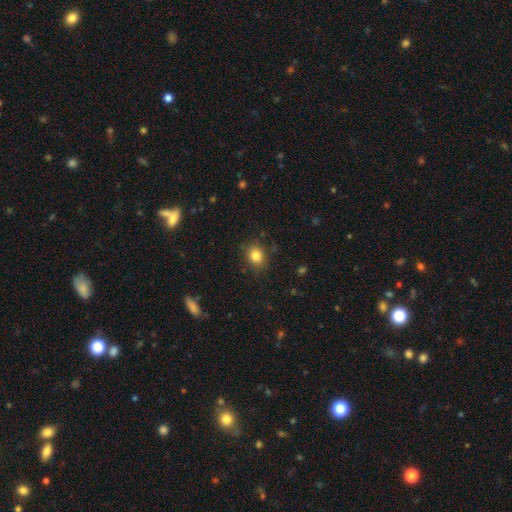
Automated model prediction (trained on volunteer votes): smooth 84%, star or artifact 11%, featured or disk 5%. Down the decision tree: how rounded — round (60%); merging — none (84%).